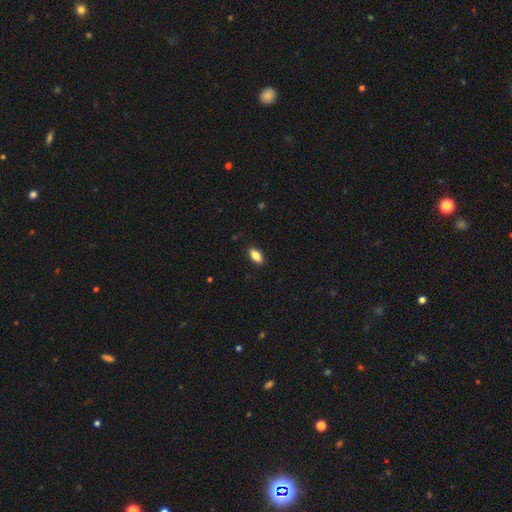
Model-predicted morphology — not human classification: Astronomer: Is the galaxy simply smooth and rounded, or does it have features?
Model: smooth — 84%.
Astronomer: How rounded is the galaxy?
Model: in between — 90%.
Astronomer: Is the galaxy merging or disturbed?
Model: none — 89%.